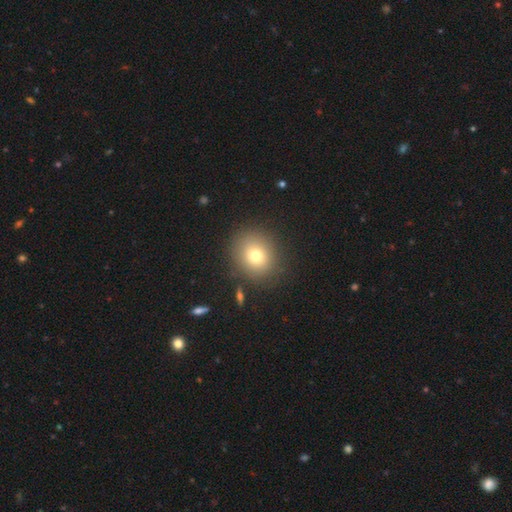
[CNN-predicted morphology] Smooth or featured? smooth (73%)
How rounded? round (80%)
Merging? none (87%)